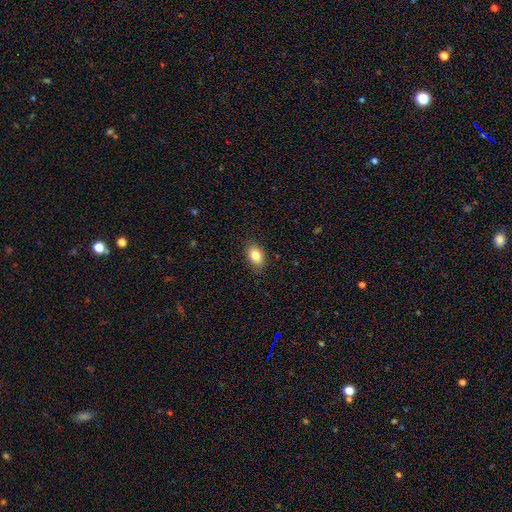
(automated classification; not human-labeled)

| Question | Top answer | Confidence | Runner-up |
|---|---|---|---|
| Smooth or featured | smooth | 84% | star or artifact (9%) |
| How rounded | in between | 82% | round (17%) |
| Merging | none | 85% | minor disturbance (12%) |